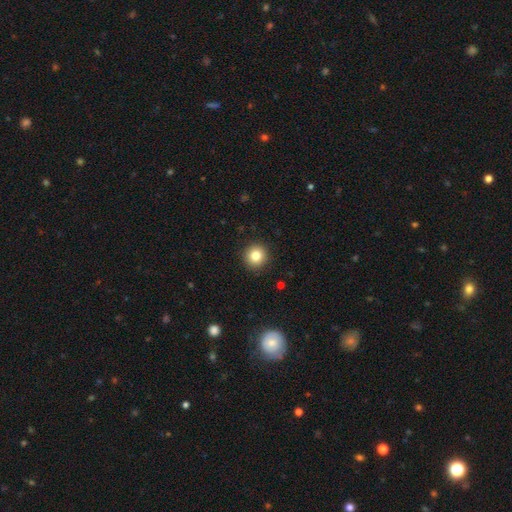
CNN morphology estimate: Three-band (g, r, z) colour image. It shows a smooth galaxy with no disk features (82%) that is round (94%). Merging: none (92%).